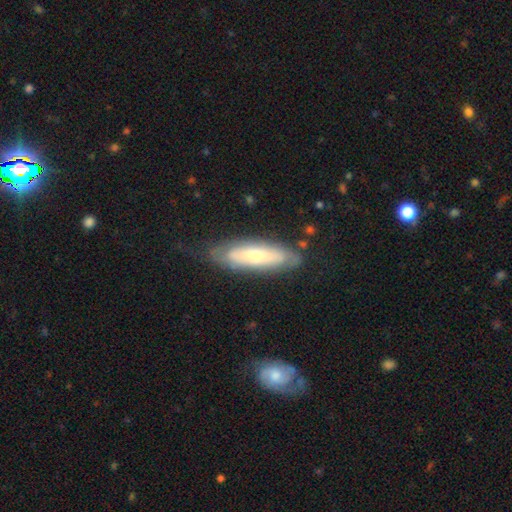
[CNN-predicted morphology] The model was most divided on "smooth or featured": featured or disk: 48%, smooth: 46%, star or artifact: 6%. More confident: merging — none (69%).